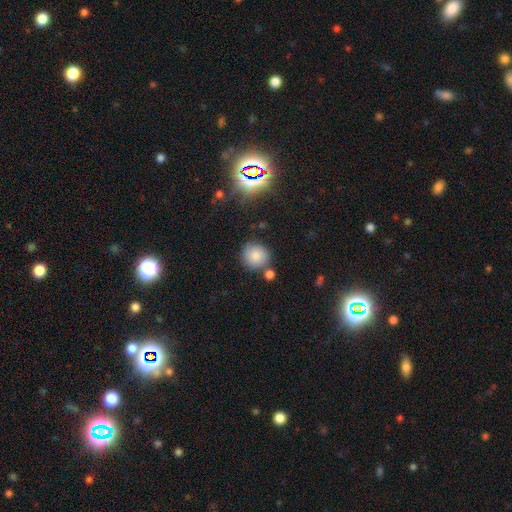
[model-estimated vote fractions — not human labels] Smooth or featured?
  - smooth: 83% *
  - star or artifact: 11%
  - featured or disk: 6%
How rounded?
  - round: 89% *
  - in between: 10%
  - cigar-shaped: 1%
Merging?
  - none: 75% *
  - minor disturbance: 11%
  - merger: 11%
  - major disturbance: 4%